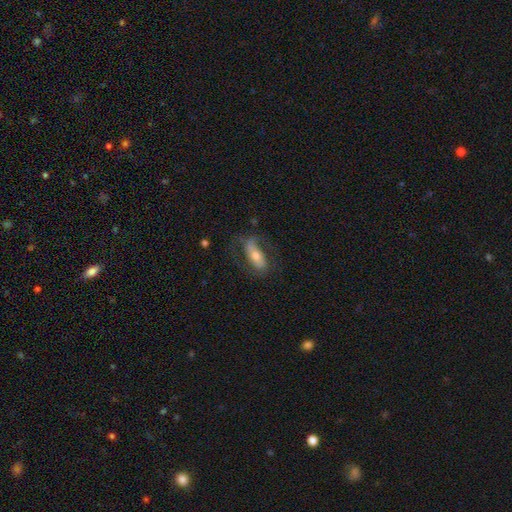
smooth-or-featured: featured or disk: 79% | smooth: 16% | star or artifact: 5%
  disk-edge-on: no: 97% | yes: 3%
    bar: strong: 52% | weak: 28% | no: 21%
    has-spiral-arms: yes: 90% | no: 10%
      spiral-winding: tight: 38% | medium: 31% | loose: 31%
      spiral-arm-count: 2: 81% | can't tell: 12% | 1: 4% | 3: 4% | 4: 0% | more than 4: 0%
    bulge-size: moderate: 62% | small: 34% | large: 3% | dominant: 0% | none: 0%
  merging: none: 72% | minor disturbance: 19% | major disturbance: 8% | merger: 0%